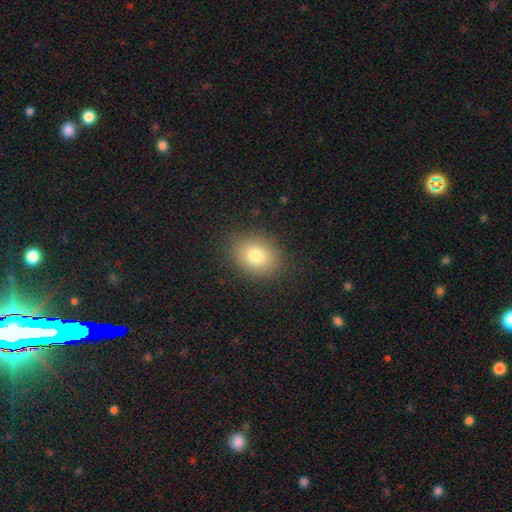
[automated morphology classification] A smooth galaxy with no disk features (79%) that is round (53%).

Vote fractions:
- Smooth or featured? smooth: 79% / star or artifact: 11% / featured or disk: 10%
- How rounded? round: 53% / in between: 46% / cigar-shaped: 1%
- Merging? none: 88% / minor disturbance: 8% / major disturbance: 3% / merger: 1%